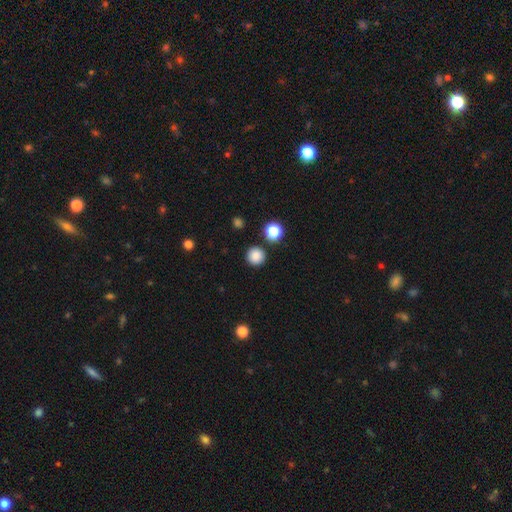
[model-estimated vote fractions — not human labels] A smooth galaxy with no disk features (85%) that is round (95%). Merging: none (89%).